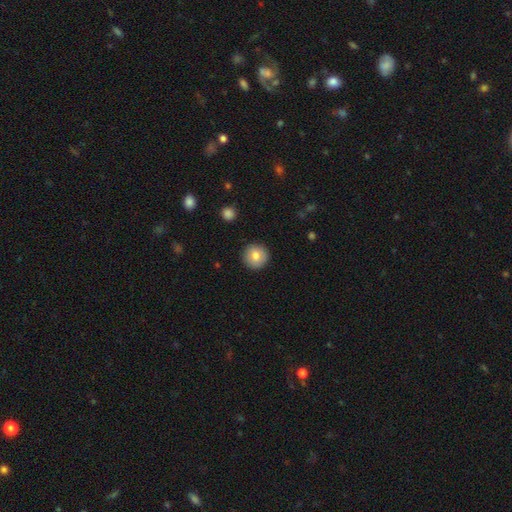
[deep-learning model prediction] smooth_or_featured: smooth (p=0.81) [alt: featured or disk p=0.12]
how_rounded: round (p=0.95) [alt: in between p=0.04]
merging: none (p=0.91) [alt: minor disturbance p=0.06]